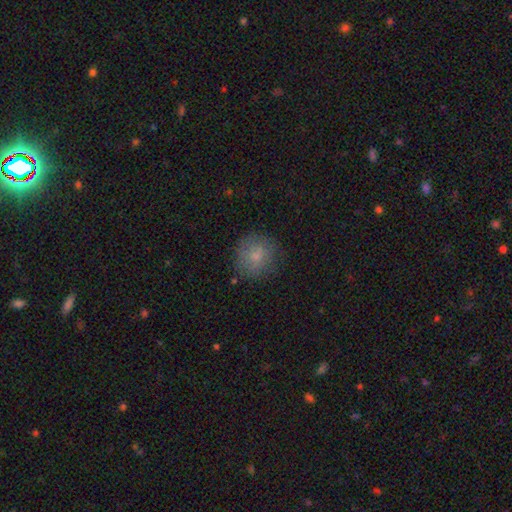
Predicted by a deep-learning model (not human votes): smooth_or_featured: smooth (p=0.77) [alt: featured or disk p=0.13]
how_rounded: round (p=0.87) [alt: in between p=0.12]
merging: none (p=0.77) [alt: minor disturbance p=0.16]